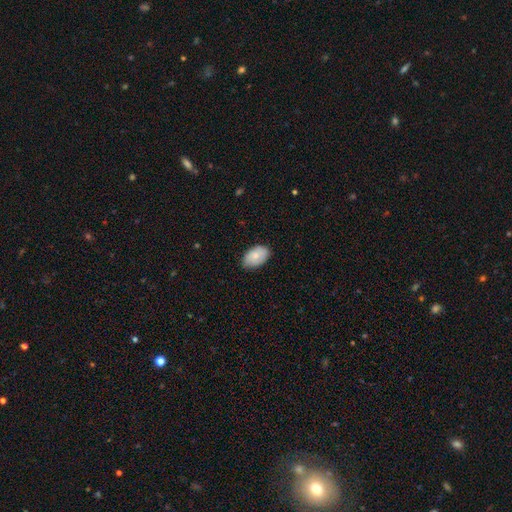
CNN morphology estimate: Q: Smooth or featured?
A: smooth (80%); runner-up: featured or disk (14%)
Q: How rounded?
A: in between (92%); runner-up: round (6%)
Q: Merging?
A: none (80%); runner-up: minor disturbance (17%)